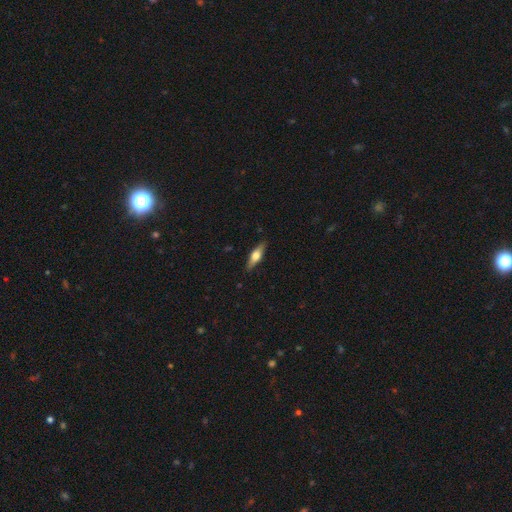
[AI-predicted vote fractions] A smooth galaxy with no disk features (48%).

Vote fractions:
- Smooth or featured? smooth: 48% / featured or disk: 46% / star or artifact: 6%
- Merging? none: 87% / minor disturbance: 10% / major disturbance: 2% / merger: 1%